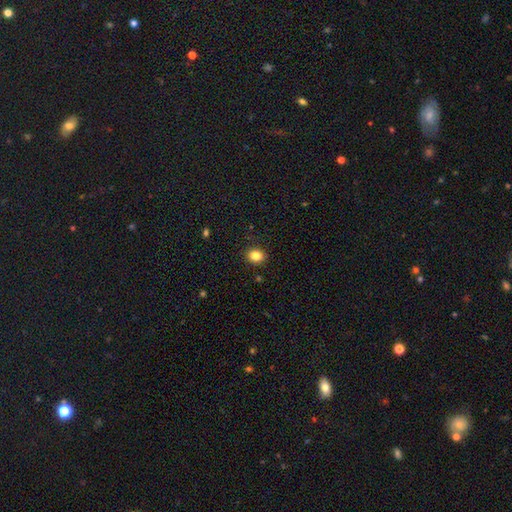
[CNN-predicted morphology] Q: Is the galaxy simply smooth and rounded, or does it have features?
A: smooth — 84%.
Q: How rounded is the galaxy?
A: round — 63%.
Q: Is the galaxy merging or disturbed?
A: none — 90%.